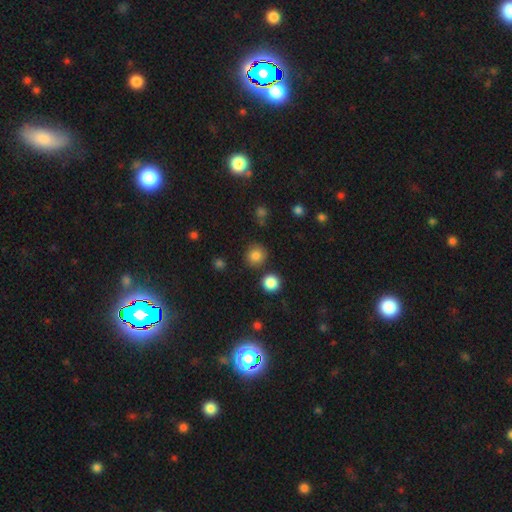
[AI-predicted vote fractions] This appears to be a smooth galaxy with no disk features (83%) that is round (92%). Merging: none (86%).